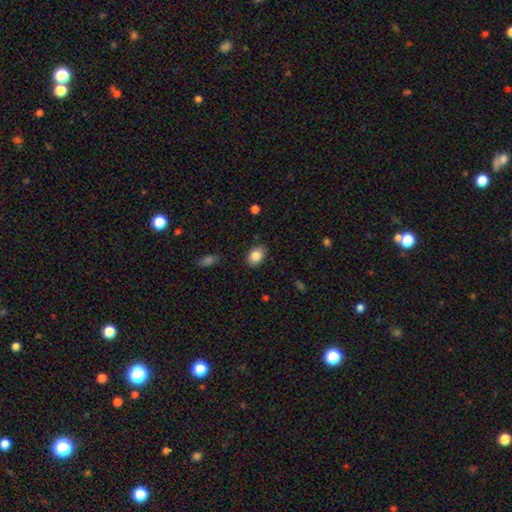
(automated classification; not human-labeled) Q: Smooth or featured?
A: smooth (86%); runner-up: star or artifact (8%)
Q: How rounded?
A: in between (79%); runner-up: round (20%)
Q: Merging?
A: none (85%); runner-up: minor disturbance (11%)